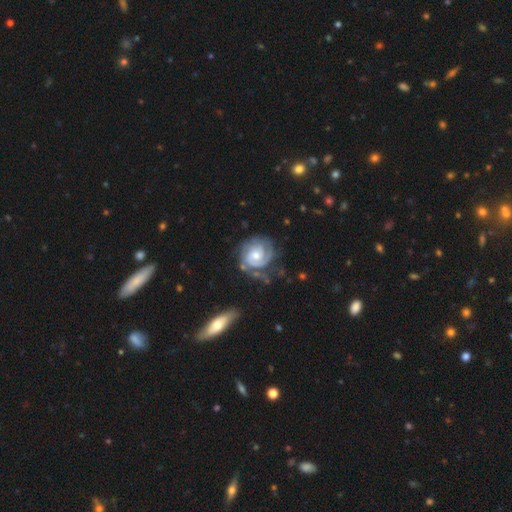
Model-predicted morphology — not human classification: This is clearly a featured or disk galaxy (87%). It is clearly not viewed edge-on (98%). Bar: likely no (67%). Spiral arm pattern: clearly yes (97%). Spiral arm count: possibly 2 (51%). Spiral winding: likely tight (72%). Central bulge: possibly moderate (60%). Merging: likely none (63%).